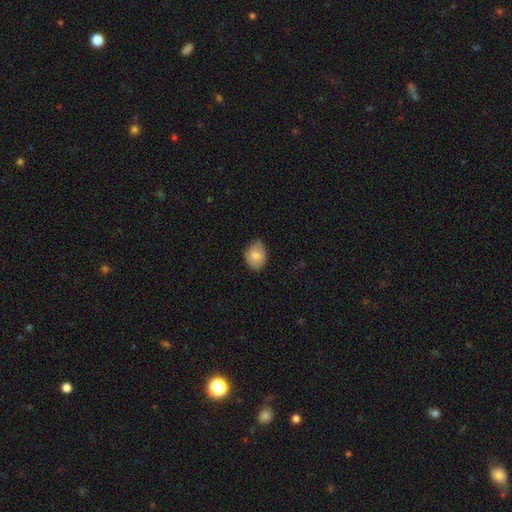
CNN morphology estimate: This appears to be a smooth galaxy with no disk features (78%) that is in between round and cigar-shaped (69%). Merging: none (67%).